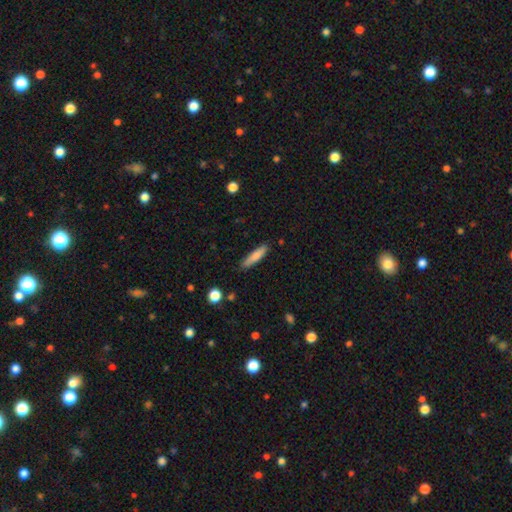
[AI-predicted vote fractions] The model was most divided on "how rounded": cigar-shaped: 81%, in between: 17%, round: 2%. More confident: merging — none (84%); smooth or featured — smooth (79%).